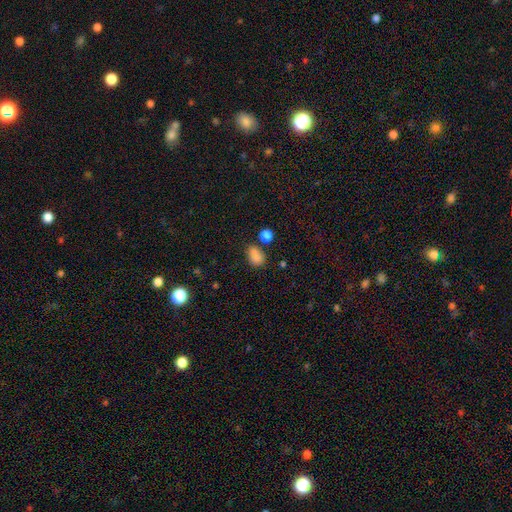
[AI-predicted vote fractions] This appears to be a smooth galaxy with no disk features (82%) that is in between round and cigar-shaped (71%). Merging: none (57%).